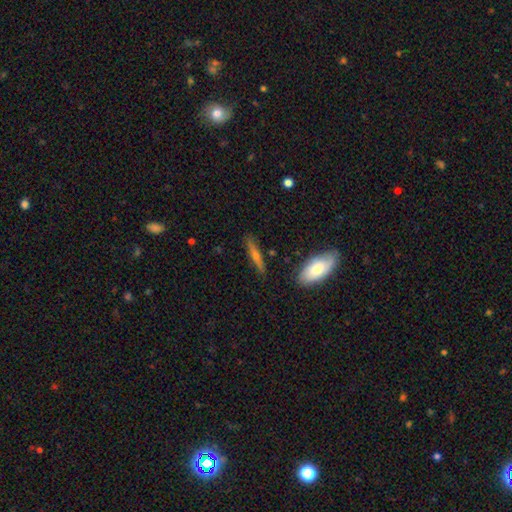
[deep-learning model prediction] Smooth or featured?
  - featured or disk: 52% *
  - smooth: 40%
  - star or artifact: 8%
Edge-on disk?
  - yes: 92% *
  - no: 8%
Merging?
  - none: 85% *
  - minor disturbance: 10%
  - merger: 2%
  - major disturbance: 2%